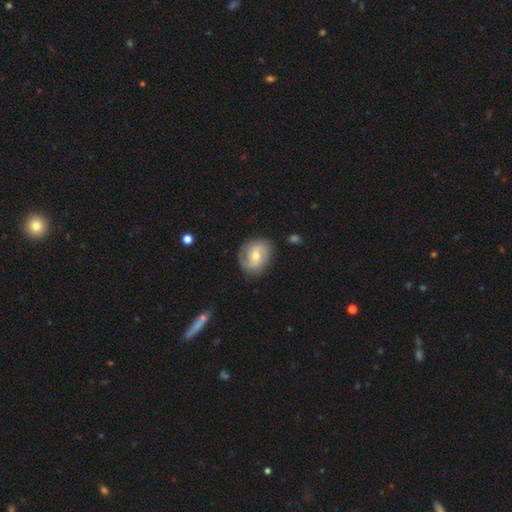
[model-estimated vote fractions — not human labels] Smooth or featured? Predicted: featured or disk (p=0.59). Edge-on disk? Predicted: no (p=0.96). Bar? Predicted: no (p=0.54). Spiral arms? Predicted: yes (p=0.82). Bulge size? Predicted: moderate (p=0.63). Merging? Predicted: none (p=0.74).